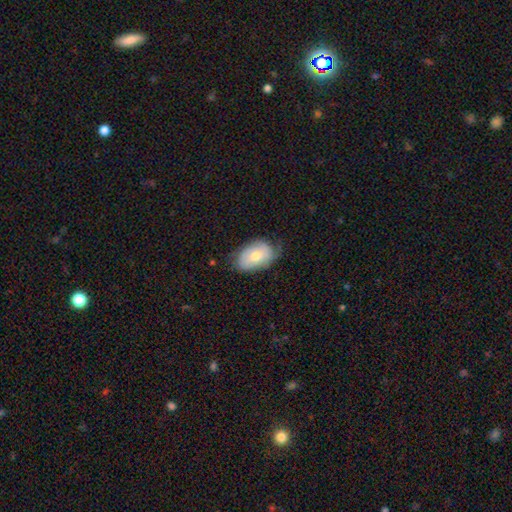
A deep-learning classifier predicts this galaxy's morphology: This appears to be a smooth galaxy with no disk features (64%) that is in between round and cigar-shaped (90%). Merging: none (66%).